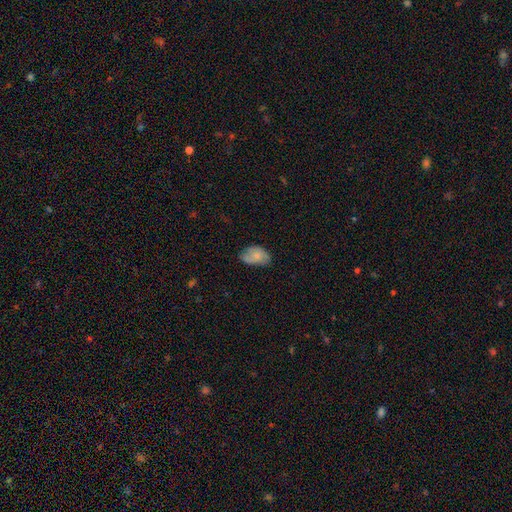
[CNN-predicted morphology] This is likely a smooth galaxy (70%). How rounded: clearly in between (88%). Merging: possibly none (56%).